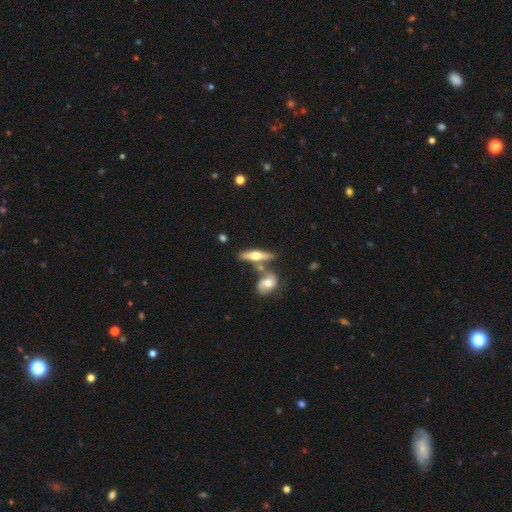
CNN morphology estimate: smooth-or-featured: featured or disk: 57% | smooth: 37% | star or artifact: 6%
  disk-edge-on: yes: 88% | no: 12%
    edge-on-bulge: rounded: 94% | none: 3% | boxy: 3%
  merging: none: 58% | merger: 27% | minor disturbance: 11% | major disturbance: 4%